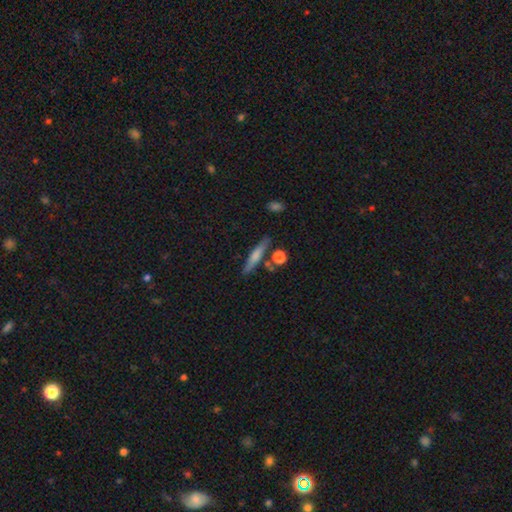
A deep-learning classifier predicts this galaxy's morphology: The model was most divided on "smooth or featured": smooth: 59%, featured or disk: 34%, star or artifact: 7%. More confident: how rounded — cigar-shaped (87%); merging — none (80%).